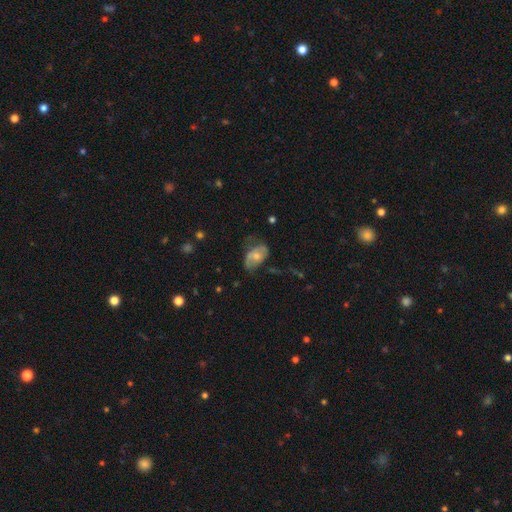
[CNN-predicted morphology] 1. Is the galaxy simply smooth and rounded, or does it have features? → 46% featured or disk (tied), 46% smooth (tied), 8% star or artifact.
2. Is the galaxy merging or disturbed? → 38% none, 33% minor disturbance, 26% major disturbance, 3% merger.